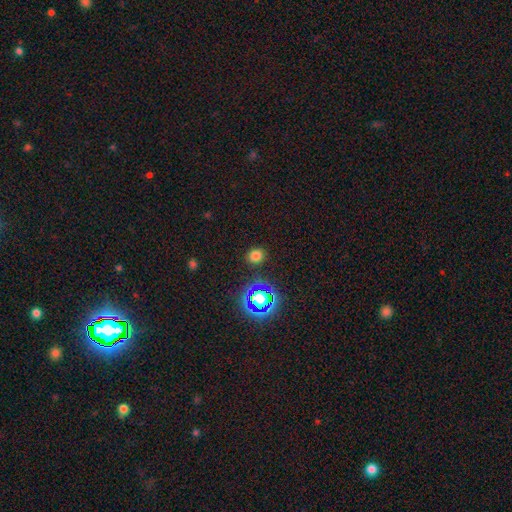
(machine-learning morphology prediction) Smooth or featured? smooth (72%)
How rounded? round (74%)
Merging? none (87%)